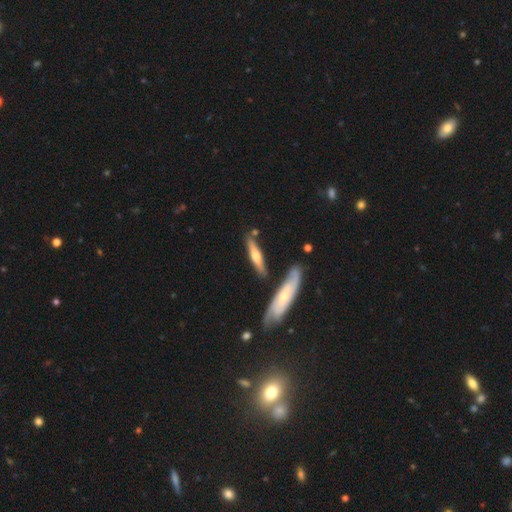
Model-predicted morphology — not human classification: smooth_or_featured: featured or disk (p=0.54) [alt: smooth p=0.42]
disk_edge_on: yes (p=0.88) [alt: no p=0.12]
merging: none (p=0.74) [alt: minor disturbance p=0.14]